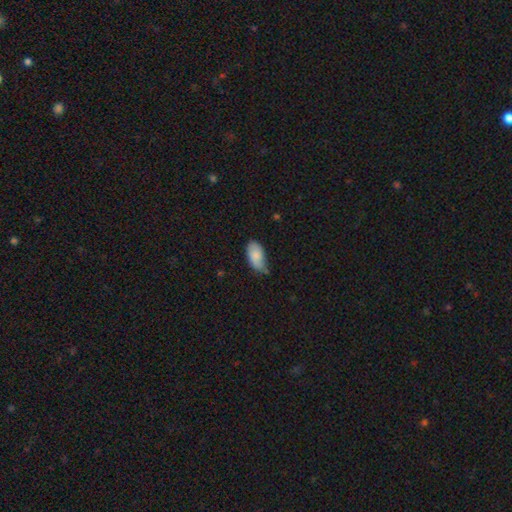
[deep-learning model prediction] smooth_or_featured: smooth (p=0.82) [alt: featured or disk p=0.12]
how_rounded: in between (p=0.94) [alt: round p=0.03]
merging: none (p=0.47) [alt: minor disturbance p=0.42]